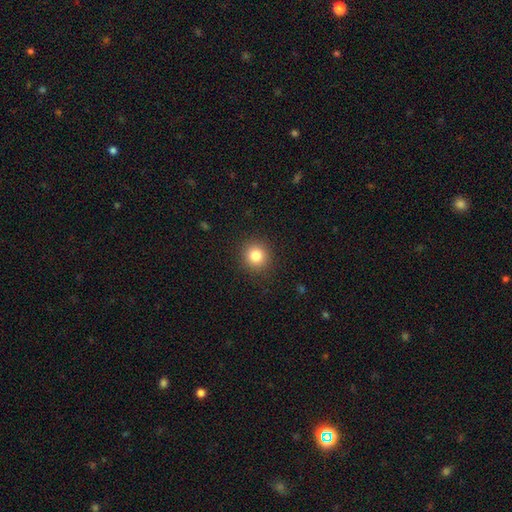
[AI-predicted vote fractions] Smooth or featured? Predicted: smooth (p=0.82). How rounded? Predicted: round (p=0.91). Merging? Predicted: none (p=0.90).